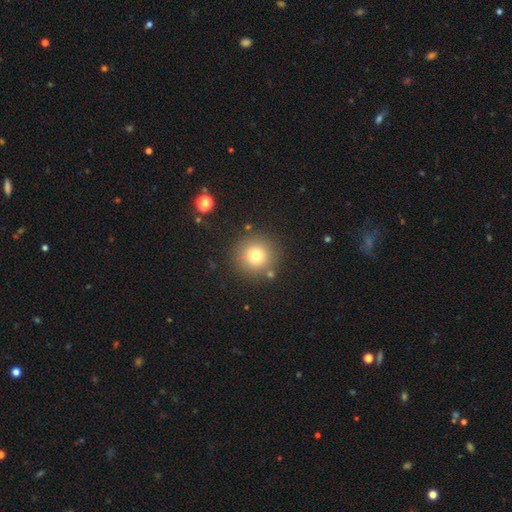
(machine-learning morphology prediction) smooth-or-featured: smooth: 75% | star or artifact: 14% | featured or disk: 11%
  how-rounded: round: 95% | in between: 4% | cigar-shaped: 1%
  merging: none: 85% | minor disturbance: 7% | merger: 4% | major disturbance: 3%